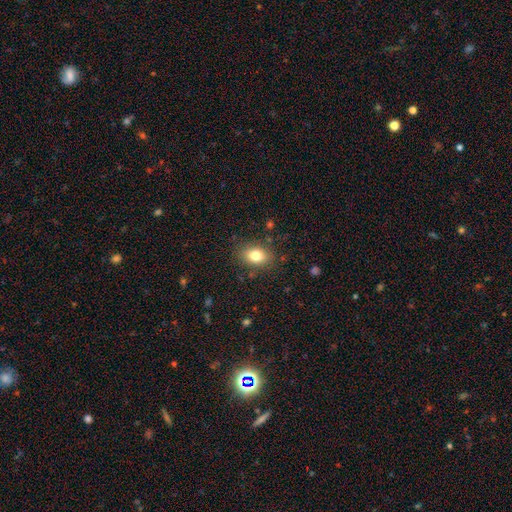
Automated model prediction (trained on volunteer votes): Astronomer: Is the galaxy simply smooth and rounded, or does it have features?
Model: smooth — 79%.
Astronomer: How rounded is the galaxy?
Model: in between — 74%.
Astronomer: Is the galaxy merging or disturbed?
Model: none — 84%.